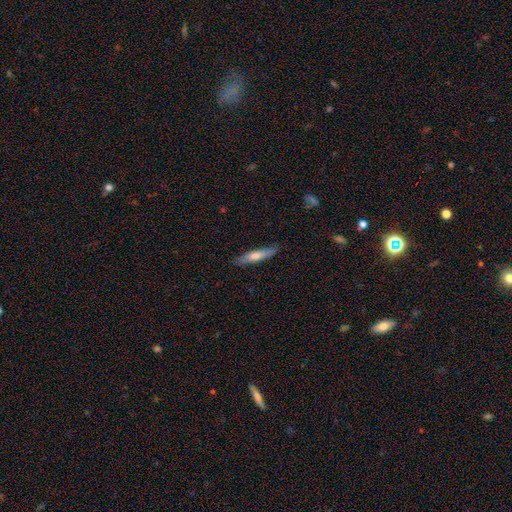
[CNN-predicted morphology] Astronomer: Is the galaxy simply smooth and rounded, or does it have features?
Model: smooth — 65%.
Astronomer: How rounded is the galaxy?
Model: cigar-shaped — 83%.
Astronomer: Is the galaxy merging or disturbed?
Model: none — 84%.